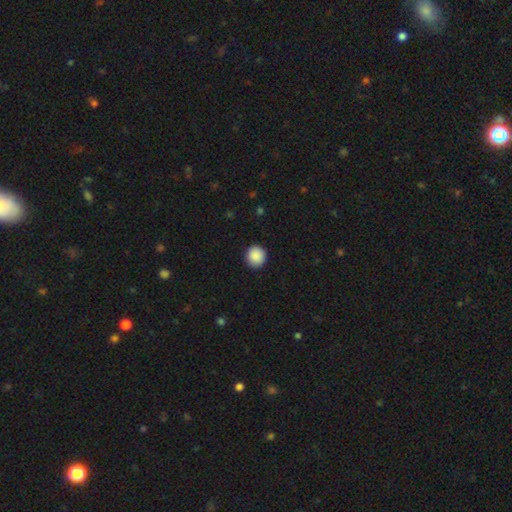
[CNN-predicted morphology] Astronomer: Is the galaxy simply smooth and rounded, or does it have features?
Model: smooth — 90%.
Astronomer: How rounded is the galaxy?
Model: round — 93%.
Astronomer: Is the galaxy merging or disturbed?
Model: none — 92%.